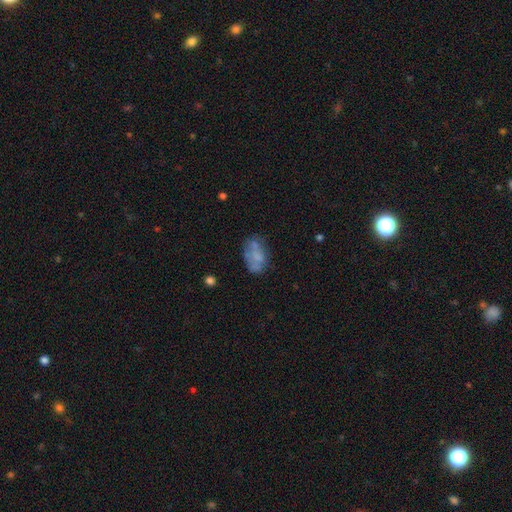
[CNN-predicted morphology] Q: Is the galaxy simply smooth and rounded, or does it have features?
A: smooth — 53%.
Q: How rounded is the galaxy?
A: in between — 89%.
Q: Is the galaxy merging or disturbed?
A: none — 49%.